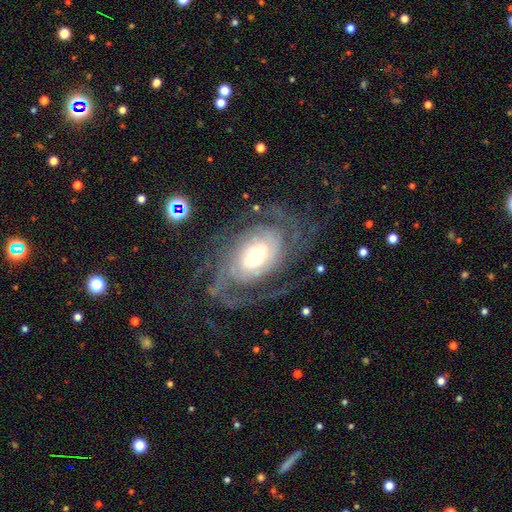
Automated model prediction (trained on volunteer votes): This is clearly a featured or disk galaxy (87%). It is clearly not viewed edge-on (96%). Bar: likely no (68%). Spiral arm pattern: clearly yes (95%). Spiral arm count: marginally can't tell (30%). Spiral winding: likely tight (60%). Central bulge: marginally moderate (38%). Merging: likely none (66%).